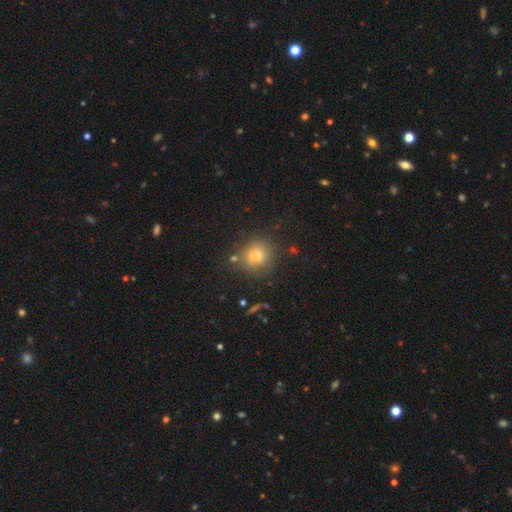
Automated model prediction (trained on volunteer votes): Smooth or featured? Predicted: smooth (p=0.75). How rounded? Predicted: round (p=0.84). Merging? Predicted: none (p=0.76).